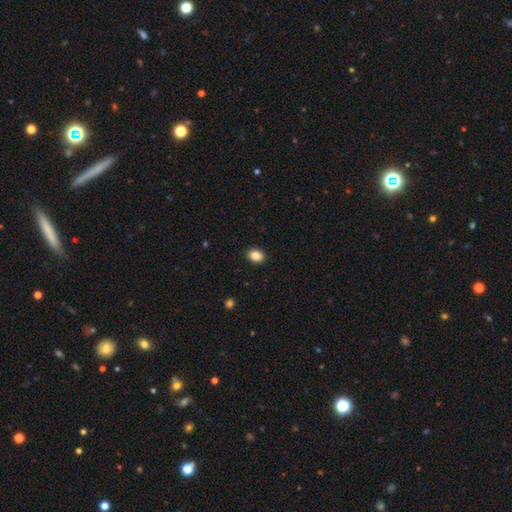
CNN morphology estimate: This is clearly a smooth galaxy (88%). How rounded: likely in between (72%). Merging: clearly none (90%).